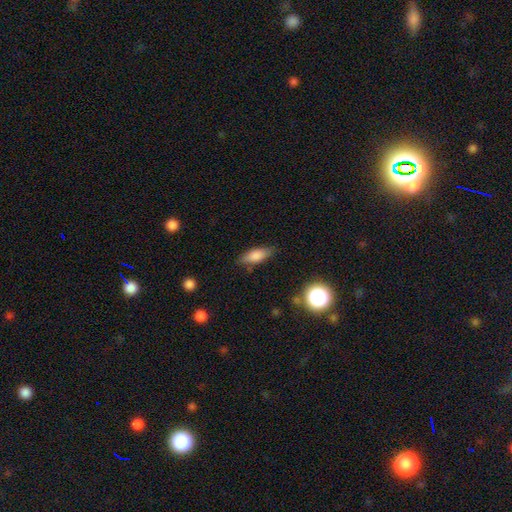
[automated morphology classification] A smooth galaxy with no disk features (80%) that is in between round and cigar-shaped (74%).

Vote fractions:
- Smooth or featured? smooth: 80% / featured or disk: 12% / star or artifact: 8%
- How rounded? in between: 74% / cigar-shaped: 23% / round: 3%
- Merging? none: 80% / minor disturbance: 15% / major disturbance: 3% / merger: 2%